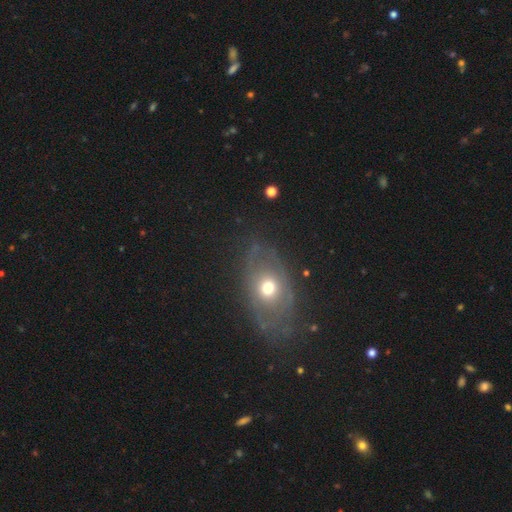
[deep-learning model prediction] Smooth or featured: featured or disk — 51% (smooth — 35%)
Edge-on disk: no — 86% (yes — 14%)
Merging: none — 77% (minor disturbance — 15%)